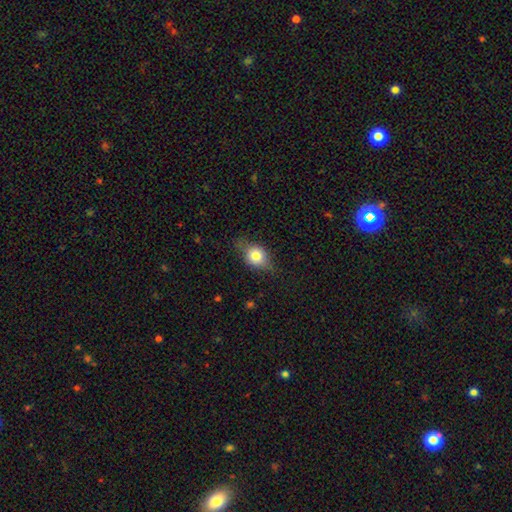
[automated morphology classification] The model was most divided on "how rounded": in between: 49%, round: 48%, cigar-shaped: 2%. More confident: smooth or featured — smooth (69%); merging — none (65%).